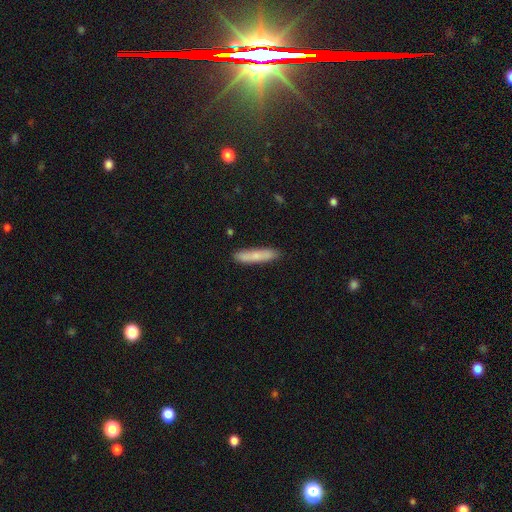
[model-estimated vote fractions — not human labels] A smooth galaxy with no disk features (72%) that is cigar-shaped (86%).

Vote fractions:
- Smooth or featured? smooth: 72% / featured or disk: 22% / star or artifact: 7%
- How rounded? cigar-shaped: 86% / in between: 13% / round: 2%
- Merging? none: 86% / minor disturbance: 11% / major disturbance: 2% / merger: 2%